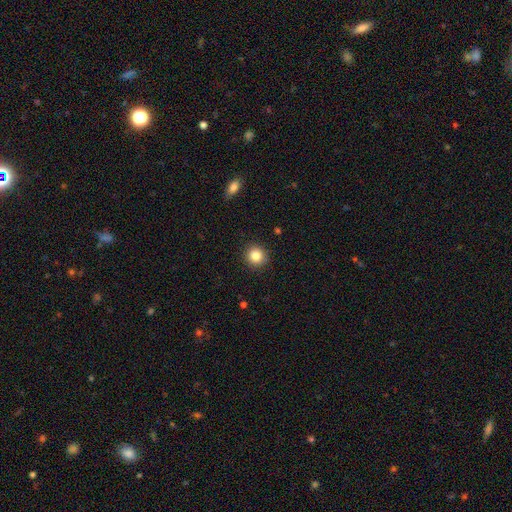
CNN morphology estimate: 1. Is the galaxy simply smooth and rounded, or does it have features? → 84% smooth, 10% star or artifact, 5% featured or disk.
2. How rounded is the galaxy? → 92% round, 7% in between, 1% cigar-shaped.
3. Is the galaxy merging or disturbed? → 91% none, 6% minor disturbance, 2% major disturbance, 1% merger.